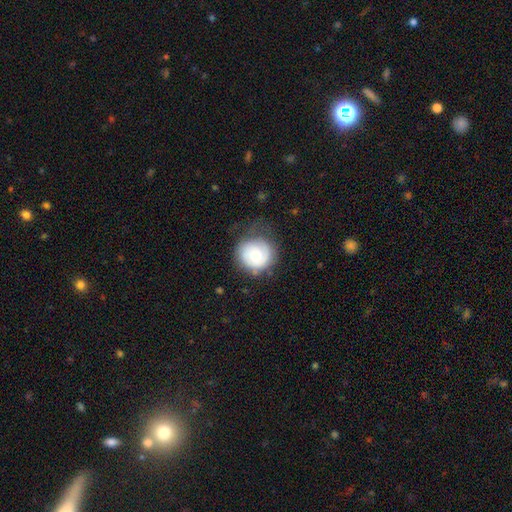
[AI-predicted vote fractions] A smooth galaxy with no disk features (57%) that is round (87%). Merging: none (56%).